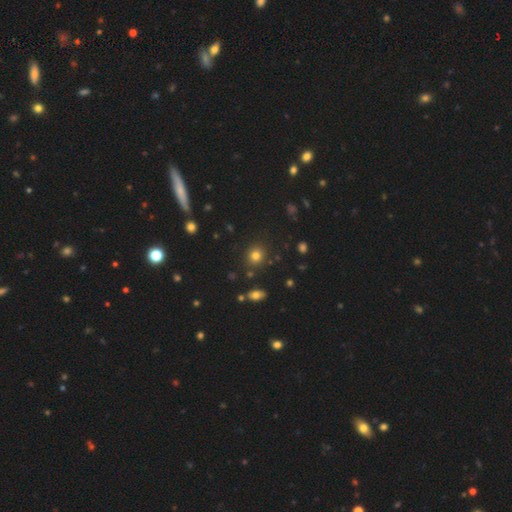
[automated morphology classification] Smooth or featured?
  - smooth: 78% *
  - star or artifact: 14%
  - featured or disk: 8%
How rounded?
  - round: 81% *
  - in between: 18%
  - cigar-shaped: 1%
Merging?
  - none: 85% *
  - minor disturbance: 8%
  - merger: 4%
  - major disturbance: 3%